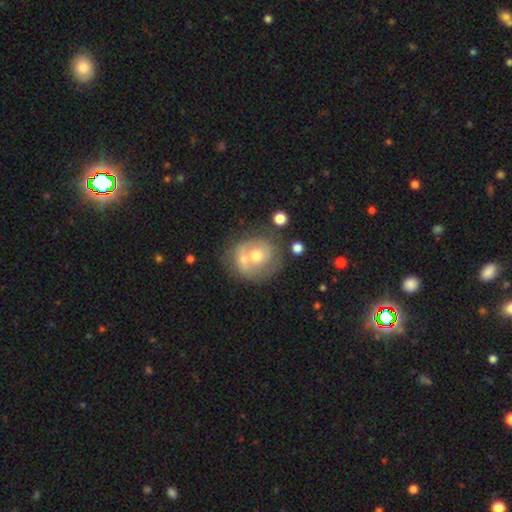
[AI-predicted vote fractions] A featured or disk galaxy (54%) with no bar (84%), no spiral arms (54%) and a moderate central bulge (67%).

Vote fractions:
- Smooth or featured? featured or disk: 54% / smooth: 38% / star or artifact: 9%
- Edge-on disk? no: 97% / yes: 3%
- Bar? no: 84% / weak: 13% / strong: 3%
- Spiral arms? no: 54% / yes: 46%
- Bulge size? moderate: 67% / small: 25% / large: 5% / none: 2% / dominant: 1%
- Merging? merger: 45% / none: 35% / minor disturbance: 12% / major disturbance: 7%